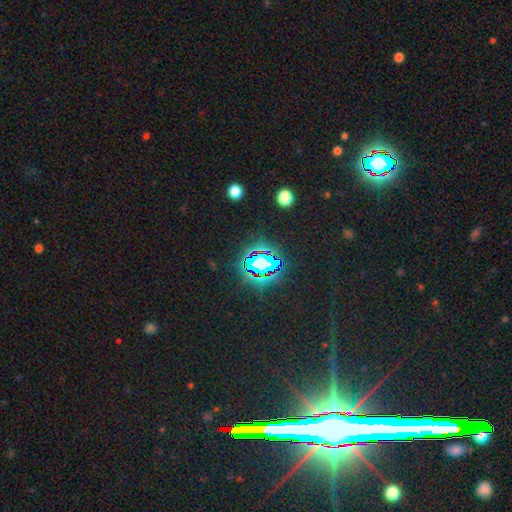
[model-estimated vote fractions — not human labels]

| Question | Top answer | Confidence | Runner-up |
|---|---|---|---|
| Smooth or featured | star or artifact | 83% | featured or disk (9%) |